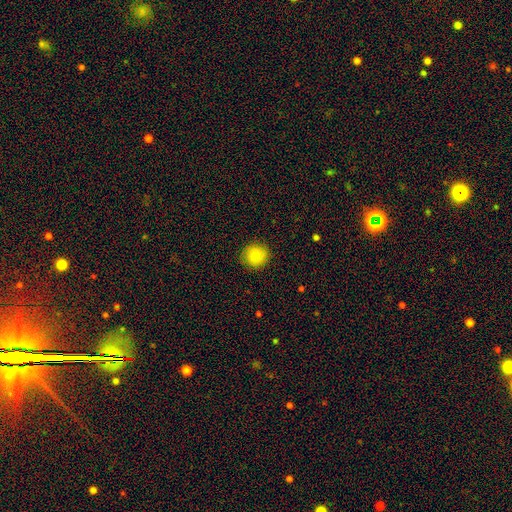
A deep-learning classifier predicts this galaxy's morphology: smooth-or-featured: smooth: 85% | star or artifact: 9% | featured or disk: 6%
  how-rounded: round: 91% | in between: 8% | cigar-shaped: 1%
  merging: none: 88% | minor disturbance: 8% | major disturbance: 2% | merger: 1%